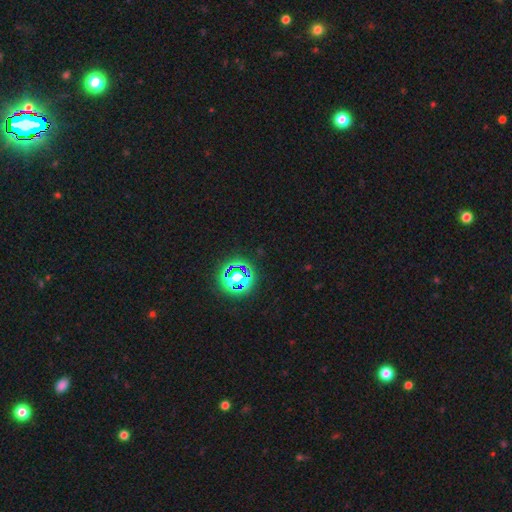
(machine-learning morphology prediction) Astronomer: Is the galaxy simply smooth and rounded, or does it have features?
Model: star or artifact — 78%.